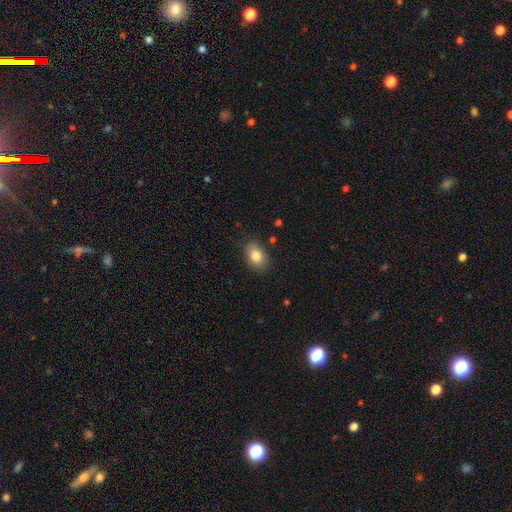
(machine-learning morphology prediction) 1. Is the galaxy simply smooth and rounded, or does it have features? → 83% smooth, 9% featured or disk, 8% star or artifact.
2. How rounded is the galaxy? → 85% in between, 14% round, 1% cigar-shaped.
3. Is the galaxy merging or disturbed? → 82% none, 14% minor disturbance, 3% major disturbance, 1% merger.